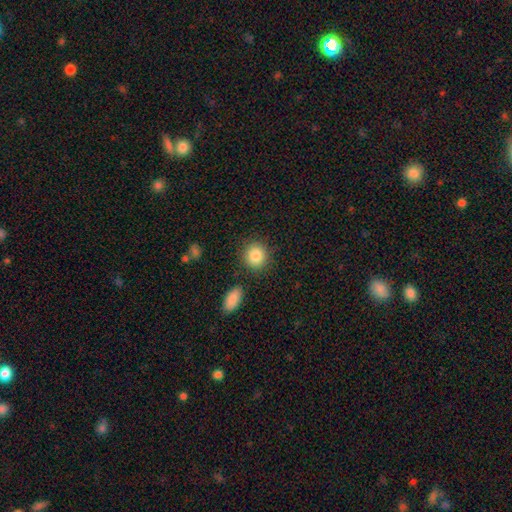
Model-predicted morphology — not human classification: smooth 87%, star or artifact 8%, featured or disk 5%. Down the decision tree: how rounded — round (80%); merging — none (83%).